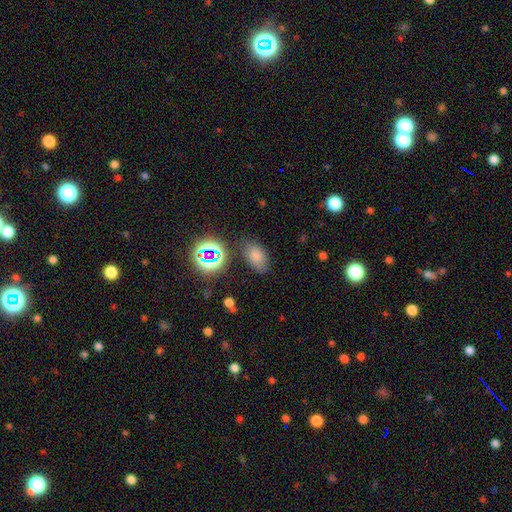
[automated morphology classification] smooth-or-featured: smooth: 63% | star or artifact: 27% | featured or disk: 10%
  how-rounded: in between: 81% | round: 17% | cigar-shaped: 2%
  merging: none: 77% | minor disturbance: 15% | major disturbance: 4% | merger: 4%